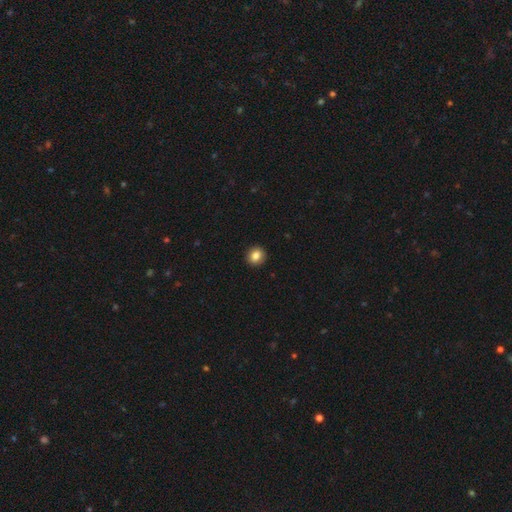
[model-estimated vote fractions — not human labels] This is clearly a smooth galaxy (85%). How rounded: clearly round (83%). Merging: clearly none (92%).